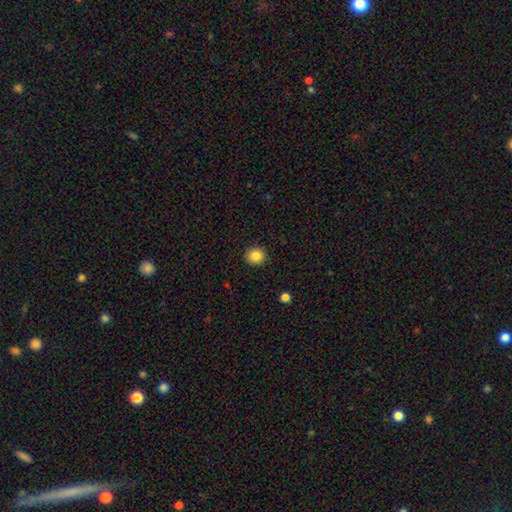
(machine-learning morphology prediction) smooth-or-featured: smooth: 85% | star or artifact: 10% | featured or disk: 5%
  how-rounded: round: 88% | in between: 11% | cigar-shaped: 1%
  merging: none: 92% | minor disturbance: 6% | major disturbance: 2% | merger: 1%